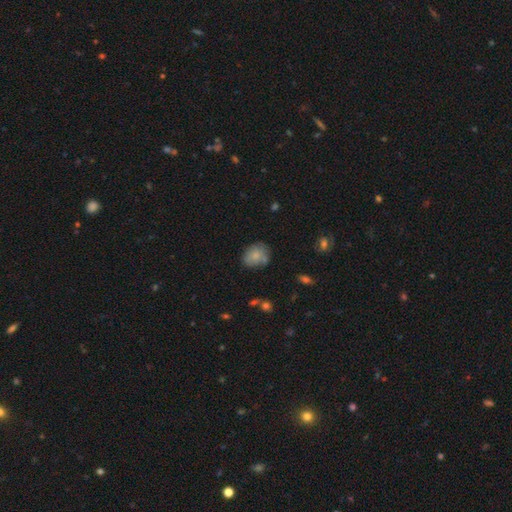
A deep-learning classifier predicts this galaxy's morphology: The model was most divided on "how rounded": in between: 54%, round: 45%, cigar-shaped: 1%. More confident: smooth or featured — smooth (77%); merging — none (60%).